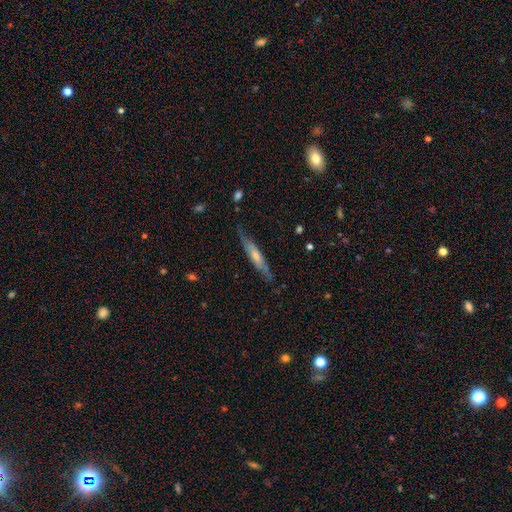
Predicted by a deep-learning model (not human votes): Q: Smooth or featured?
A: featured or disk (51%); runner-up: smooth (43%)
Q: Edge-on disk?
A: yes (77%); runner-up: no (23%)
Q: Merging?
A: none (76%); runner-up: minor disturbance (18%)